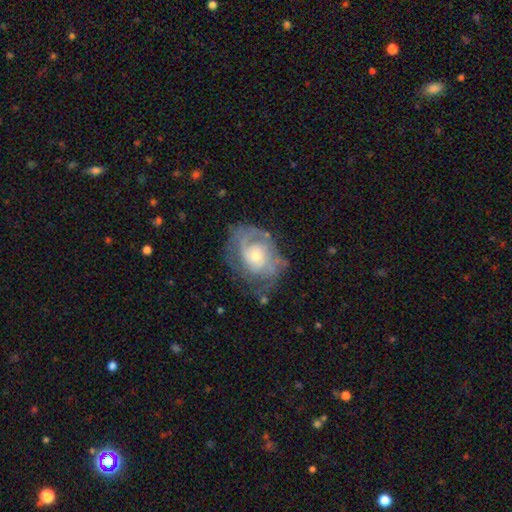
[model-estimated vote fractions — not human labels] This appears to be a featured or disk galaxy (80%) with no bar (74%), 2 (35%) tight (52%) spiral arms (89%) and a small central bulge (57%). Merging: none (63%).